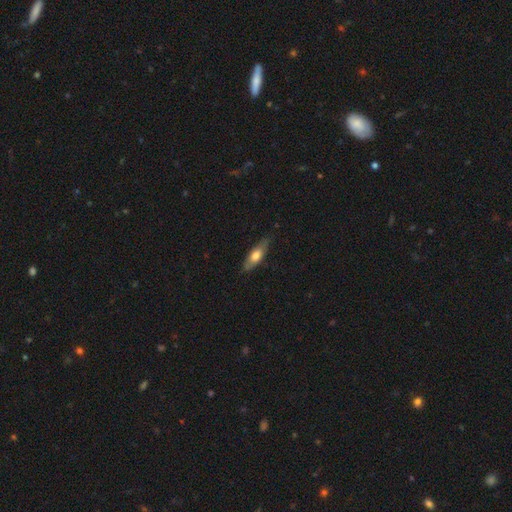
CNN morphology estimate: Overall: smooth (60%; featured or disk 34%). How rounded: in between (56%; cigar-shaped 41%). Merging: none (76%).